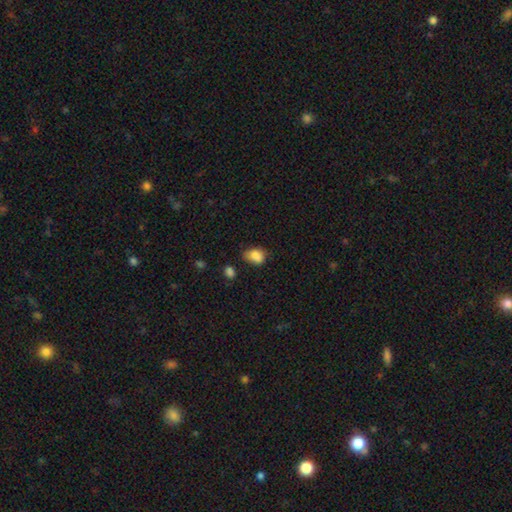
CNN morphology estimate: The model was most divided on "merging": none: 47%, minor disturbance: 31%, merger: 14%, major disturbance: 8%. More confident: smooth or featured — smooth (81%); how rounded — in between (72%).